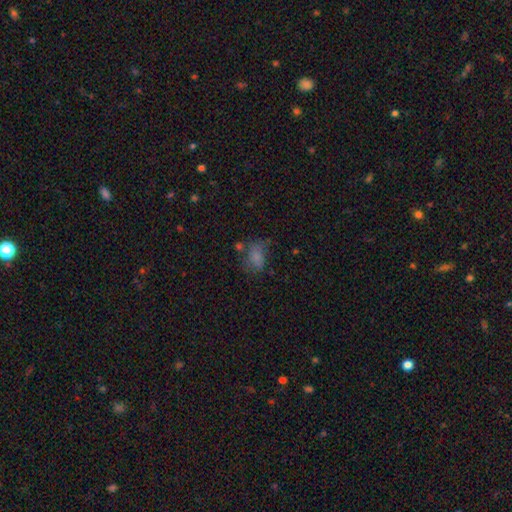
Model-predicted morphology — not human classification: type=smooth (57%); roundness=in between (76%); merging=none (47%).